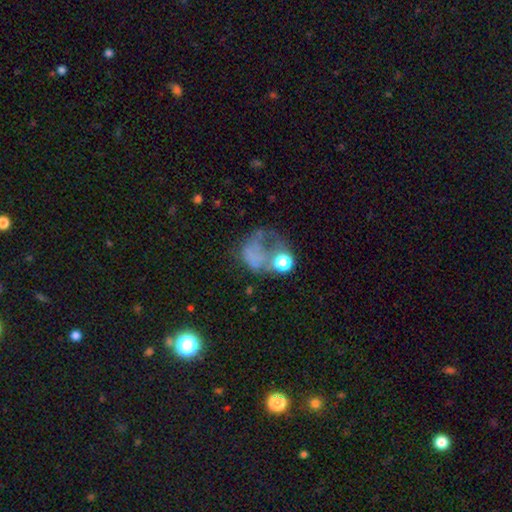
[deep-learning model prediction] smooth_or_featured: smooth (p=0.45) [alt: featured or disk p=0.34]
merging: major disturbance (p=0.46) [alt: none p=0.24]